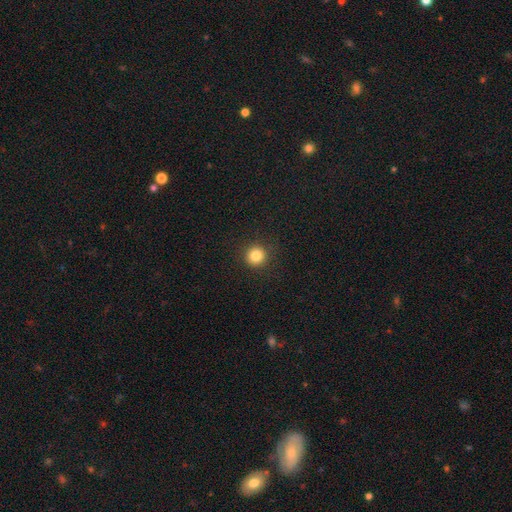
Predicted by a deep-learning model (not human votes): smooth 83%, star or artifact 11%, featured or disk 5%. Down the decision tree: how rounded — round (94%); merging — none (92%).